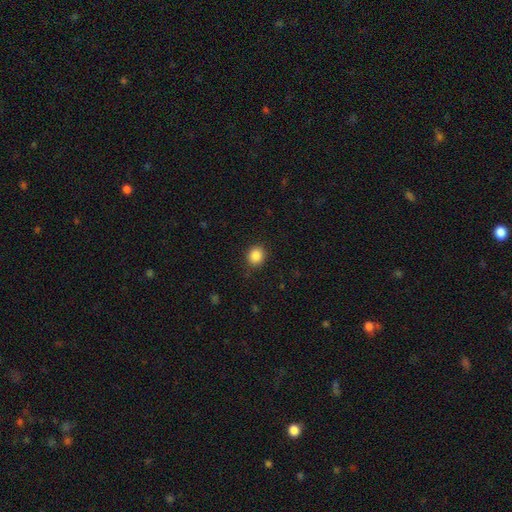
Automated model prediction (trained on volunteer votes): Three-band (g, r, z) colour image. It shows a smooth galaxy with no disk features (87%) that is round (80%). Merging: none (88%).